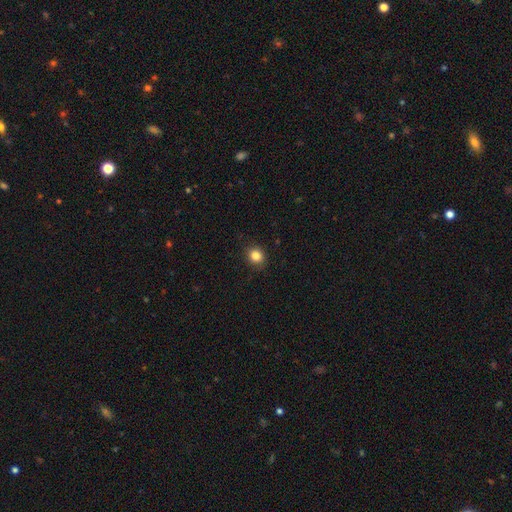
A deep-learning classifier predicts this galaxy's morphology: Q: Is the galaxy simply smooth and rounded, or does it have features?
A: smooth — 85%.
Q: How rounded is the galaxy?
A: round — 73%.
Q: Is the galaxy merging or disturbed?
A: none — 88%.